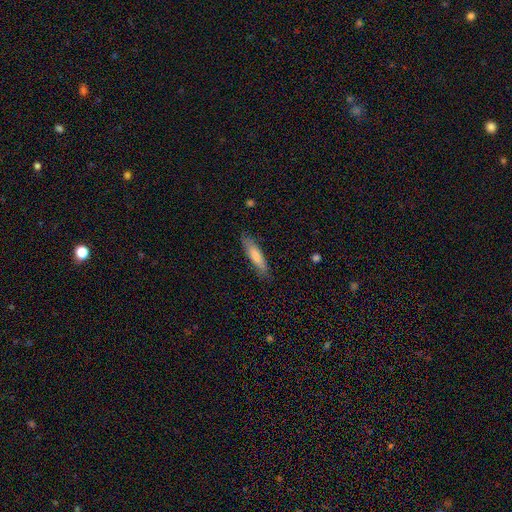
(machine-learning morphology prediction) Smooth or featured? Predicted: smooth (p=0.71). How rounded? Predicted: cigar-shaped (p=0.79). Merging? Predicted: none (p=0.85).